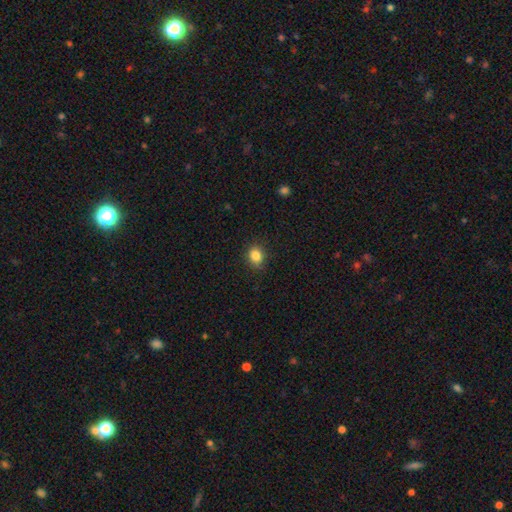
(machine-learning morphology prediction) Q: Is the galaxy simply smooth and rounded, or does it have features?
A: smooth — 85%.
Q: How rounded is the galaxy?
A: round — 58%.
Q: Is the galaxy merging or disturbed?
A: none — 84%.